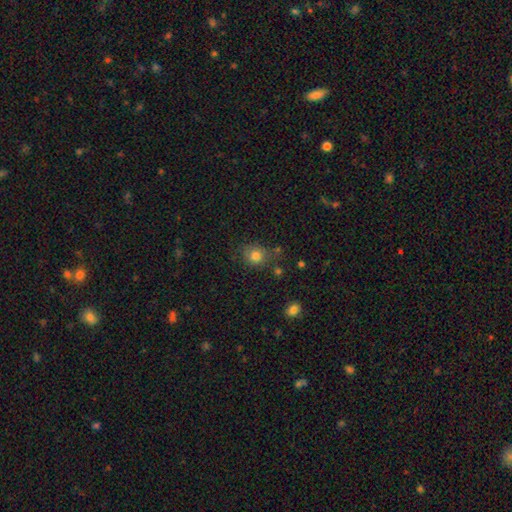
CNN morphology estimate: type=smooth (80%); roundness=round (79%); merging=none (71%).